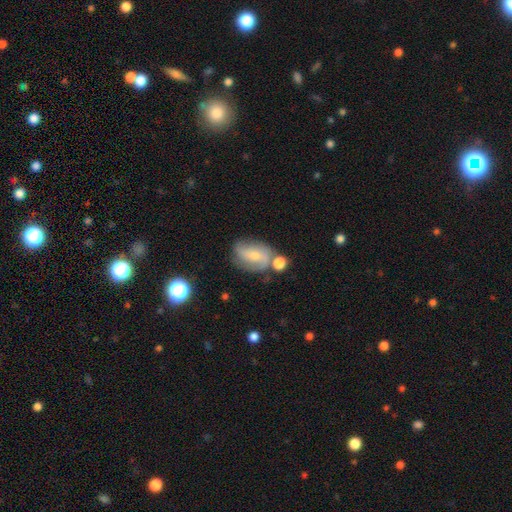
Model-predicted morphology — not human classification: A featured or disk galaxy (56%) with no bar (54%), spiral arms (83%) and a small central bulge (54%).

Vote fractions:
- Smooth or featured? featured or disk: 56% / smooth: 35% / star or artifact: 9%
- Edge-on disk? no: 96% / yes: 4%
- Bar? no: 54% / weak: 36% / strong: 10%
- Spiral arms? yes: 83% / no: 17%
- Bulge size? small: 54% / moderate: 37% / none: 5% / large: 3% / dominant: 1%
- Merging? none: 46% / minor disturbance: 22% / merger: 20% / major disturbance: 11%